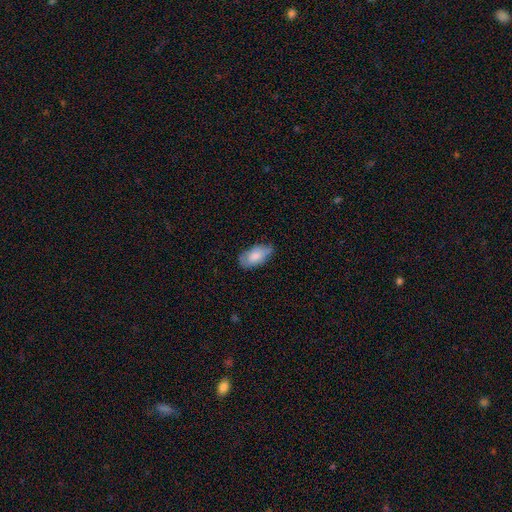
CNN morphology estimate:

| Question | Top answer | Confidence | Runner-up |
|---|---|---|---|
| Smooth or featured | smooth | 75% | featured or disk (19%) |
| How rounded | in between | 93% | cigar-shaped (4%) |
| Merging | none | 63% | minor disturbance (30%) |